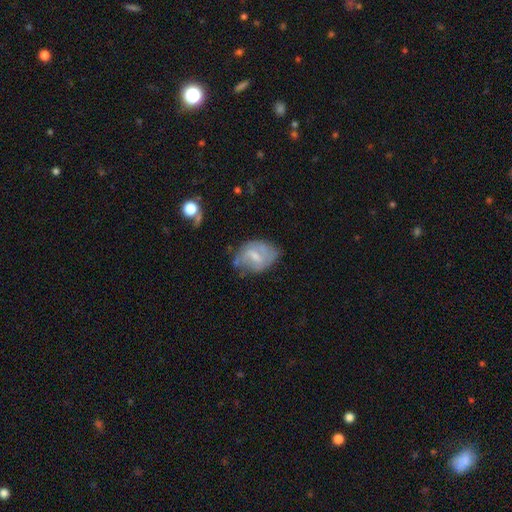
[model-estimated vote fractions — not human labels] smooth_or_featured: featured or disk (p=0.58) [alt: smooth p=0.34]
disk_edge_on: no (p=0.96) [alt: yes p=0.04]
bar: weak (p=0.60) [alt: no p=0.22]
has_spiral_arms: yes (p=0.71) [alt: no p=0.29]
bulge_size: small (p=0.48) [alt: moderate p=0.36]
merging: none (p=0.52) [alt: minor disturbance p=0.33]